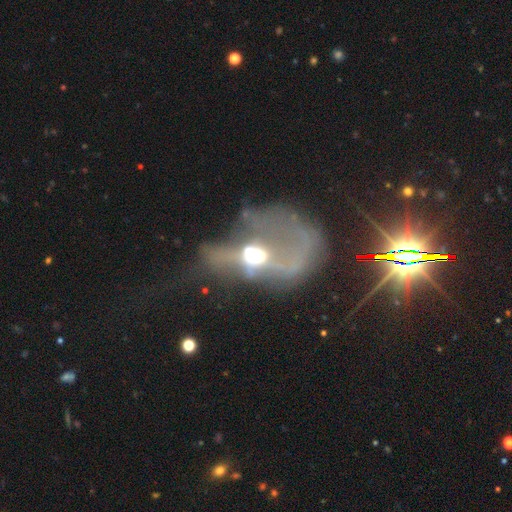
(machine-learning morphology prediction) Smooth or featured? featured or disk (62%)
Edge-on disk? no (91%)
Bar? no (70%)
Spiral arms? no (73%)
Bulge size? moderate (58%)
Merging? major disturbance (58%)